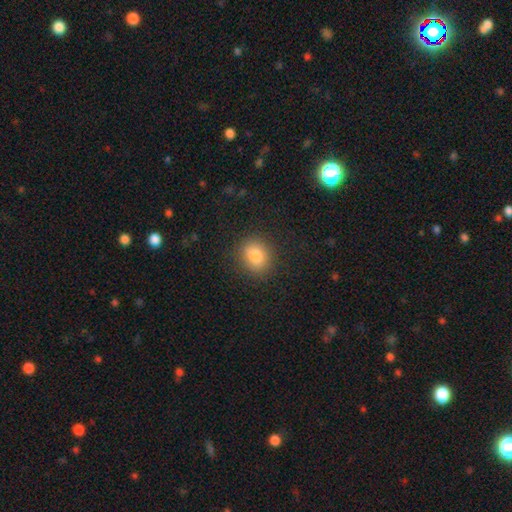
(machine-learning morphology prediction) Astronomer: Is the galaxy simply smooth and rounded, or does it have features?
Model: smooth — 83%.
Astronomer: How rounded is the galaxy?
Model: round — 57% (runner-up: in between, 42%).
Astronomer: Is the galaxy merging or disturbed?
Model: none — 84%.